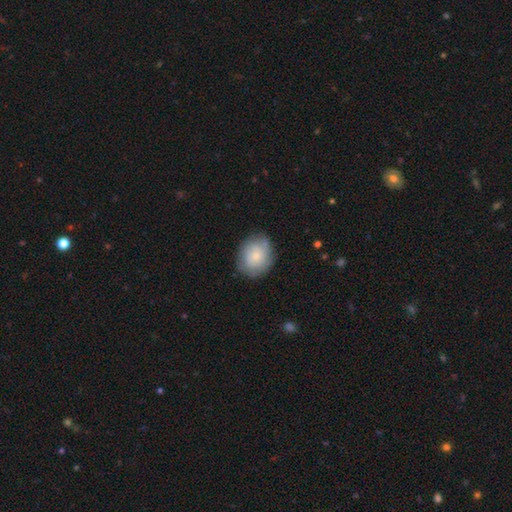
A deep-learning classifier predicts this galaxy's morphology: type=smooth (72%); roundness=round (61%); merging=none (76%).